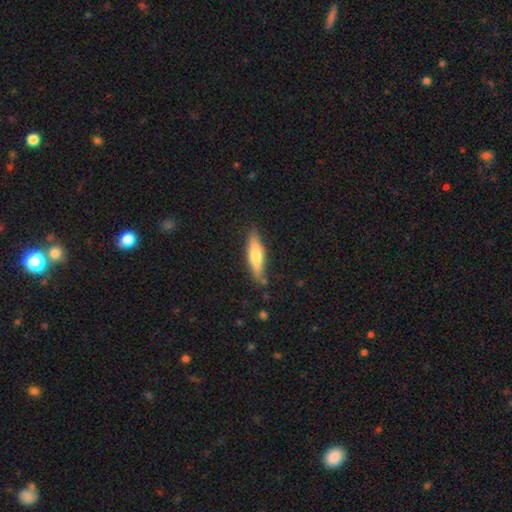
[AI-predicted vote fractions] Smooth or featured?
  - smooth: 59% *
  - featured or disk: 35%
  - star or artifact: 6%
How rounded?
  - cigar-shaped: 70% *
  - in between: 28%
  - round: 2%
Merging?
  - none: 79% *
  - minor disturbance: 15%
  - major disturbance: 3%
  - merger: 2%